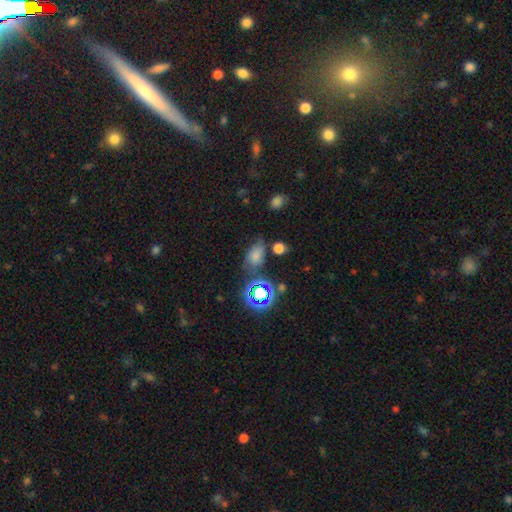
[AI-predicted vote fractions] A smooth galaxy with no disk features (63%) that is in between round and cigar-shaped (80%). Merging: none (53%).